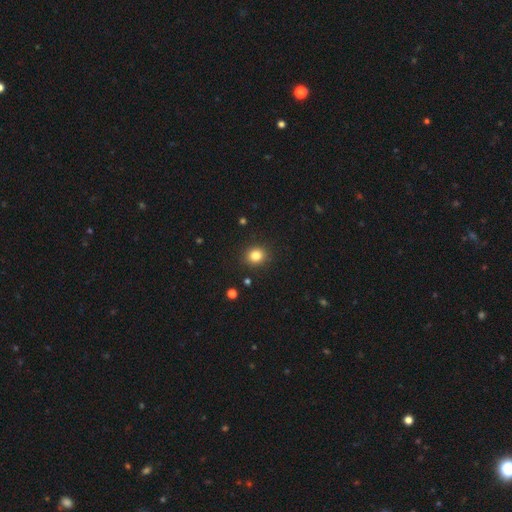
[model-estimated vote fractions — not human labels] Smooth or featured: smooth — 83% (star or artifact — 12%)
How rounded: round — 77% (in between — 22%)
Merging: none — 90% (minor disturbance — 6%)